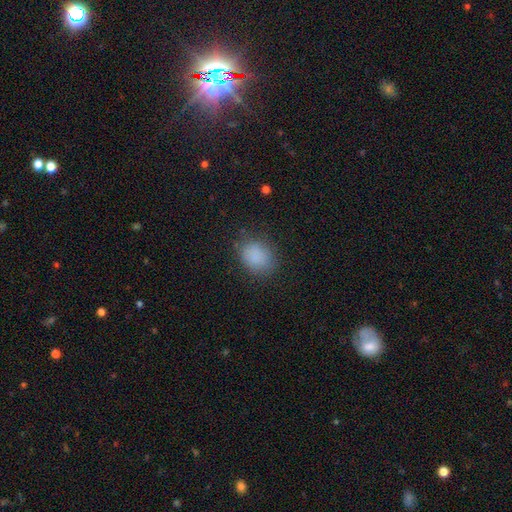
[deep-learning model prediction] smooth_or_featured: smooth (p=0.84) [alt: star or artifact p=0.10]
how_rounded: round (p=0.54) [alt: in between p=0.45]
merging: none (p=0.78) [alt: minor disturbance p=0.16]